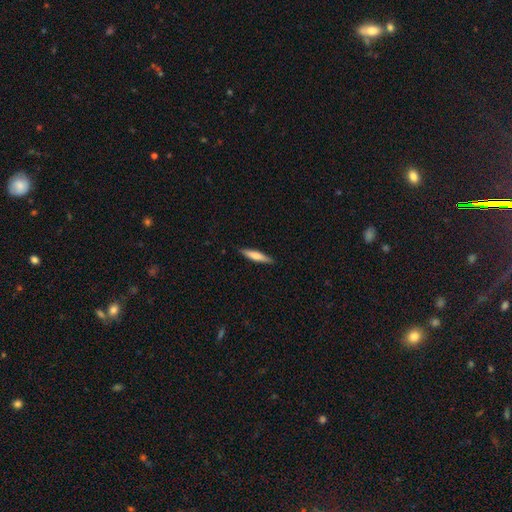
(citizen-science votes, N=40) This appears to be a smooth galaxy with no disk features (70%) that is cigar-shaped (75%). Merging: none (95%).